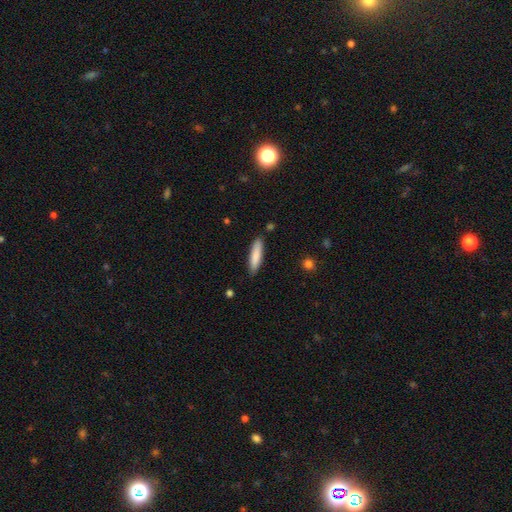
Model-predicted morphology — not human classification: smooth-or-featured: smooth: 83% | featured or disk: 12% | star or artifact: 5%
  how-rounded: cigar-shaped: 79% | in between: 20% | round: 1%
  merging: none: 87% | minor disturbance: 9% | major disturbance: 2% | merger: 2%